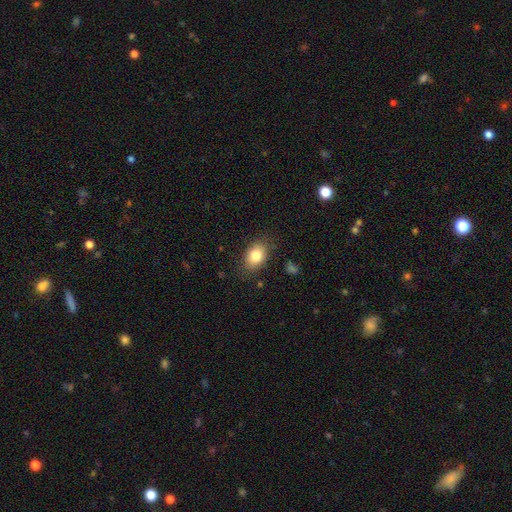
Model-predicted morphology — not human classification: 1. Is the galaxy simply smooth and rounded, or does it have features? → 82% smooth, 10% featured or disk, 8% star or artifact.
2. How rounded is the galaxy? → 78% in between, 21% round, 1% cigar-shaped.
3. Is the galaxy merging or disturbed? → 82% none, 13% minor disturbance, 4% major disturbance, 1% merger.